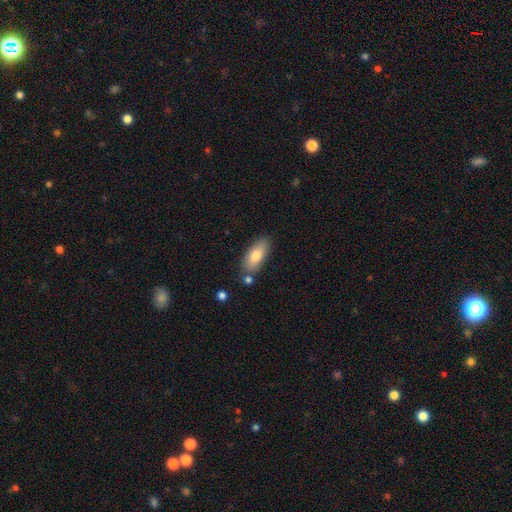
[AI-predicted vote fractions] The model was most divided on "merging": none: 75%, minor disturbance: 14%, merger: 7%, major disturbance: 3%. More confident: how rounded — in between (83%); smooth or featured — smooth (78%).